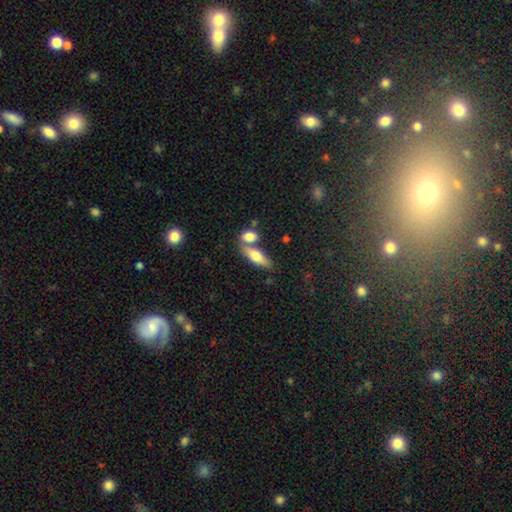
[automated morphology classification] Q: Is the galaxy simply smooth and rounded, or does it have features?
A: smooth — 68%.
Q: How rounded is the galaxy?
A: in between — 59%.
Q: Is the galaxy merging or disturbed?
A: none — 56%.